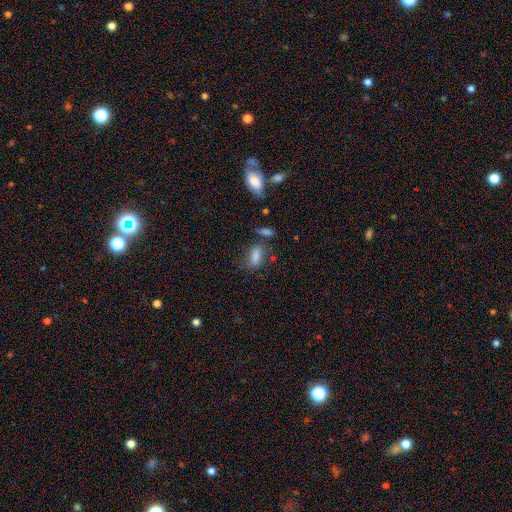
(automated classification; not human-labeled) Smooth or featured? Predicted: smooth (p=0.75). How rounded? Predicted: in between (p=0.81). Merging? Predicted: none (p=0.57).